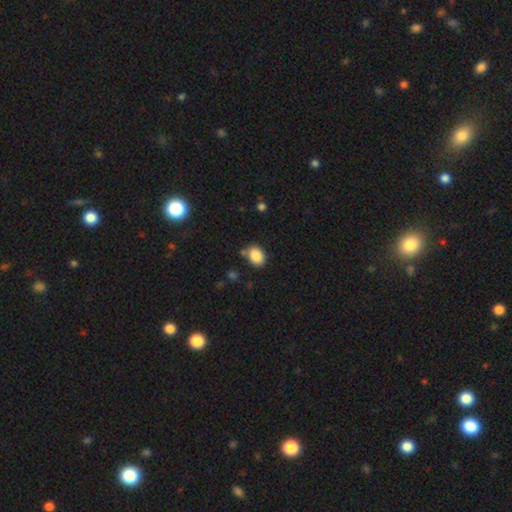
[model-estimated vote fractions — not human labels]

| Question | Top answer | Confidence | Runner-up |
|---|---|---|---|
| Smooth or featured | smooth | 86% | star or artifact (9%) |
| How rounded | in between | 64% | round (35%) |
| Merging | none | 74% | minor disturbance (15%) |